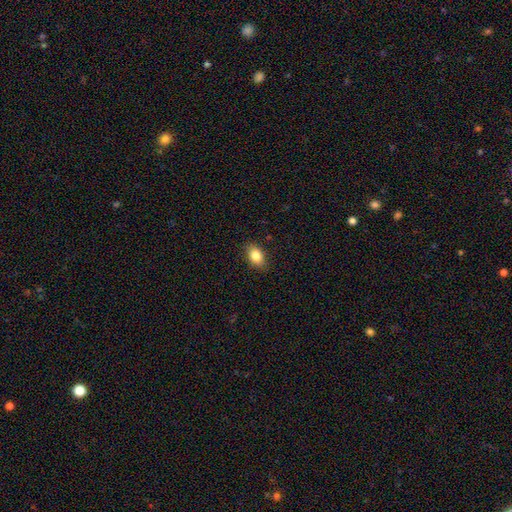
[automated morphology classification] Smooth or featured? smooth (85%)
How rounded? in between (86%)
Merging? none (87%)